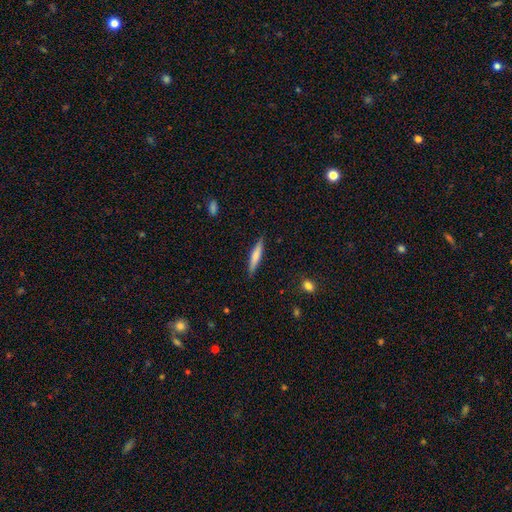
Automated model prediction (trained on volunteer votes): Overall: smooth (64%; featured or disk 30%). How rounded: cigar-shaped (89%). Merging: none (89%).